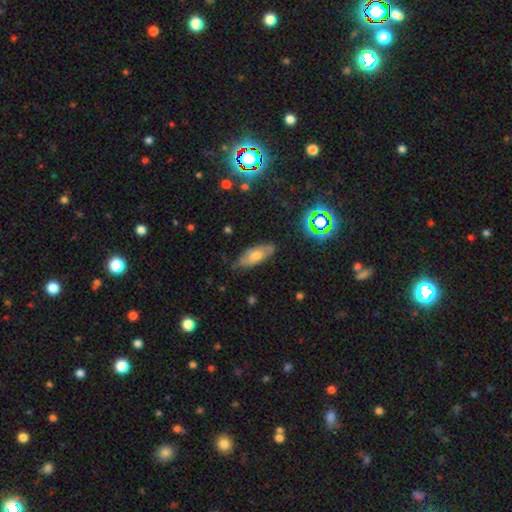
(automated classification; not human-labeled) A smooth galaxy with no disk features (58%) that is in between round and cigar-shaped (75%).

Vote fractions:
- Smooth or featured? smooth: 58% / featured or disk: 32% / star or artifact: 10%
- How rounded? in between: 75% / cigar-shaped: 22% / round: 3%
- Merging? none: 72% / minor disturbance: 22% / major disturbance: 4% / merger: 2%